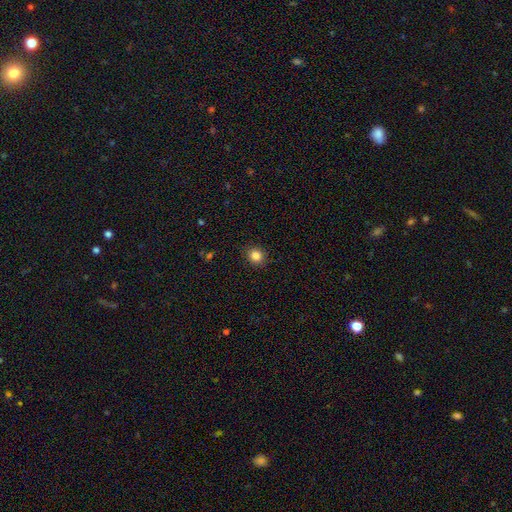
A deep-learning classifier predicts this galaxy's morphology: Smooth or featured: smooth — 85% (star or artifact — 11%)
How rounded: round — 83% (in between — 16%)
Merging: none — 90% (minor disturbance — 7%)